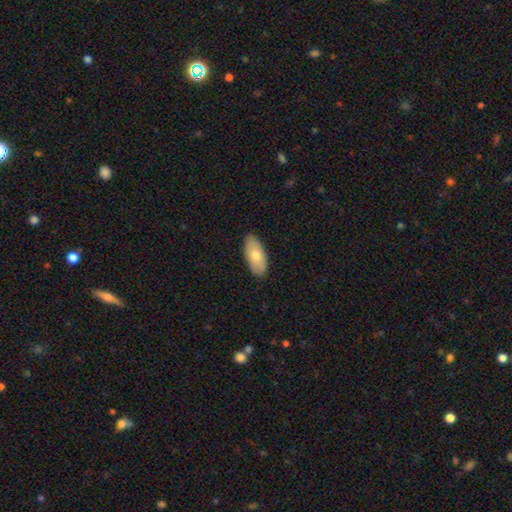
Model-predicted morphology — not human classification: Smooth or featured: smooth — 73% (featured or disk — 21%)
How rounded: in between — 91% (cigar-shaped — 7%)
Merging: none — 86% (minor disturbance — 11%)